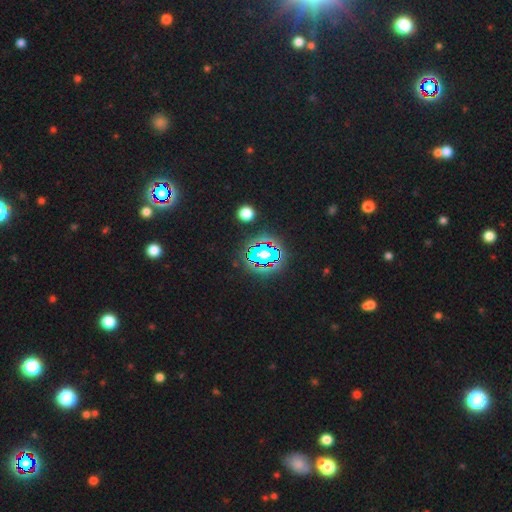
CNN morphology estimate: smooth-or-featured: star or artifact: 81% | smooth: 12% | featured or disk: 8%